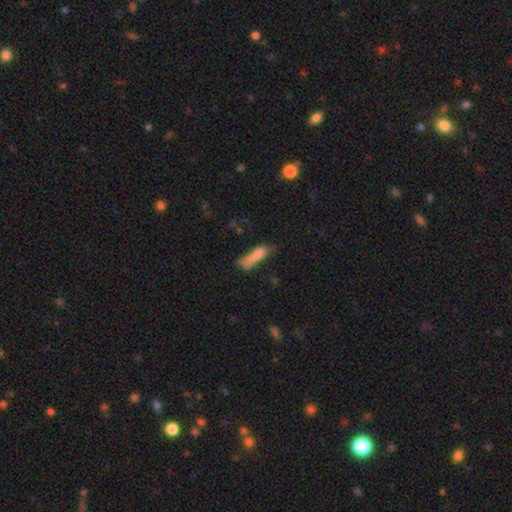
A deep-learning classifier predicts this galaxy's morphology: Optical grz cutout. It shows a smooth galaxy with no disk features (74%) that is cigar-shaped (55%). Merging: none (35%).